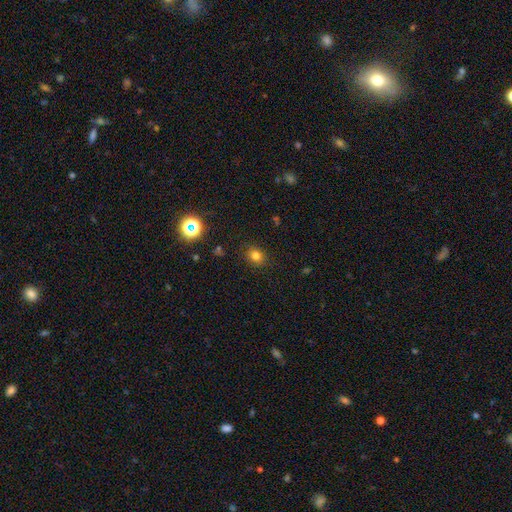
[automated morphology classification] The model was most divided on "how rounded": round: 63%, in between: 36%, cigar-shaped: 1%. More confident: merging — none (87%); smooth or featured — smooth (77%).